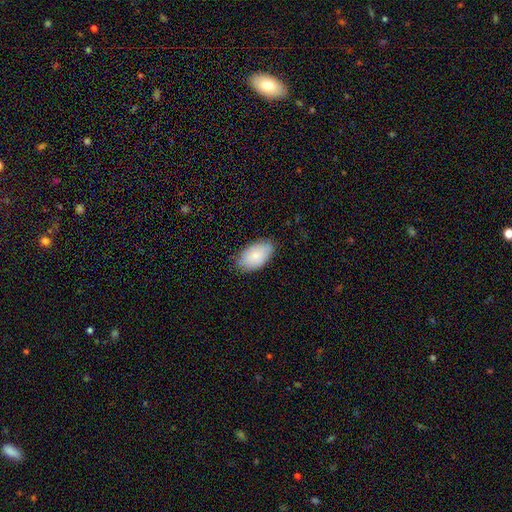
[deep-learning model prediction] Morphology: type=smooth (79%); roundness=in between (94%); merging=none (79%).